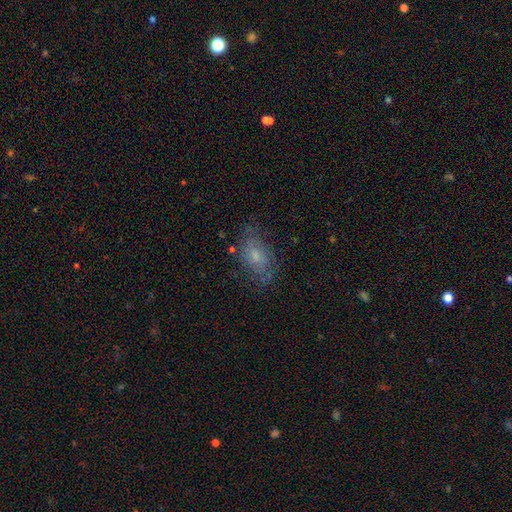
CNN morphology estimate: featured or disk 48%, smooth 41%, star or artifact 11%. Down the decision tree: merging — none (66%).